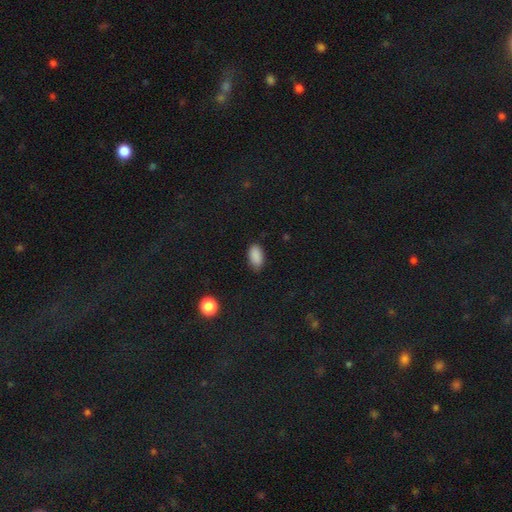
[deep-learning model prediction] This is clearly a smooth galaxy (88%). How rounded: clearly in between (93%). Merging: likely none (80%).